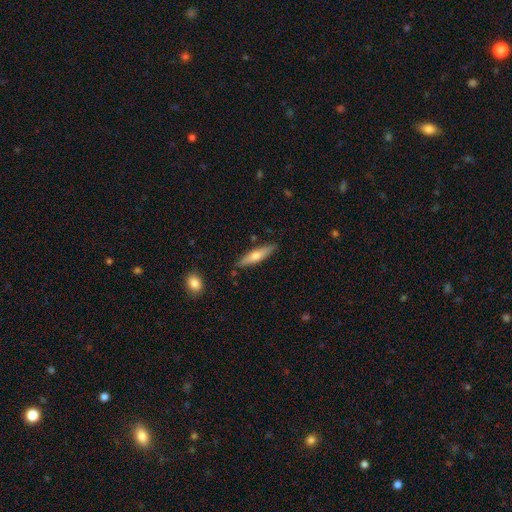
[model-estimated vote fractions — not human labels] Smooth or featured: smooth — 55% (featured or disk — 39%)
How rounded: cigar-shaped — 80% (in between — 19%)
Merging: none — 86% (minor disturbance — 10%)